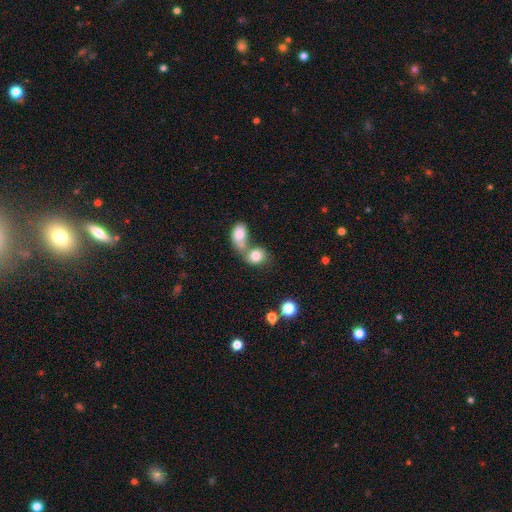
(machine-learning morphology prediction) Smooth or featured: smooth — 80% (featured or disk — 12%)
How rounded: round — 52% (in between — 46%)
Merging: merger — 65% (none — 23%)